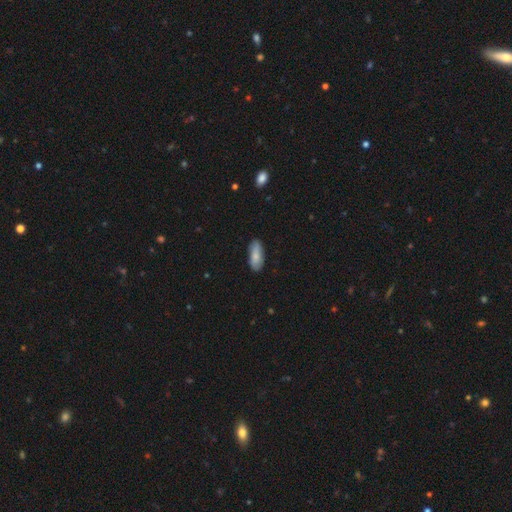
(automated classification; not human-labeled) Overall: smooth (82%). How rounded: in between (77%). Merging: none (83%).